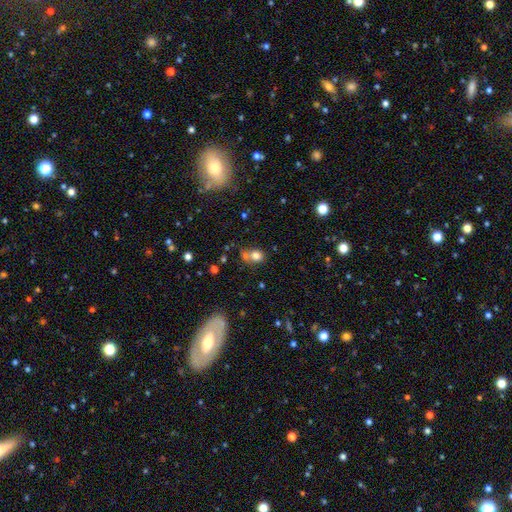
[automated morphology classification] Smooth or featured?
  - smooth: 77% *
  - star or artifact: 14%
  - featured or disk: 9%
How rounded?
  - round: 64% *
  - in between: 35%
  - cigar-shaped: 1%
Merging?
  - none: 54% *
  - merger: 25%
  - minor disturbance: 15%
  - major disturbance: 6%